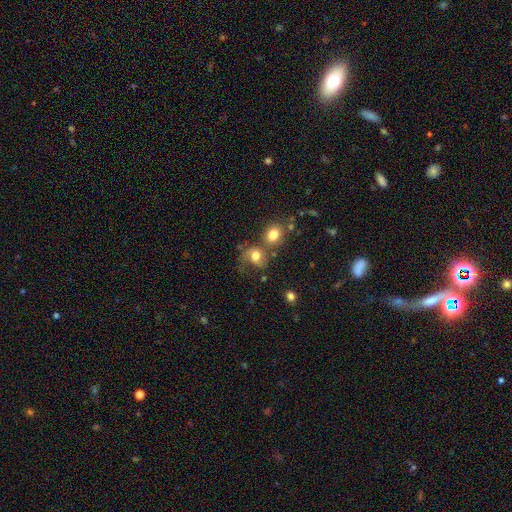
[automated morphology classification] Overall: smooth (61%; featured or disk 29%). How rounded: round (57%; in between 42%). Merging: merger (34%; none 32%).